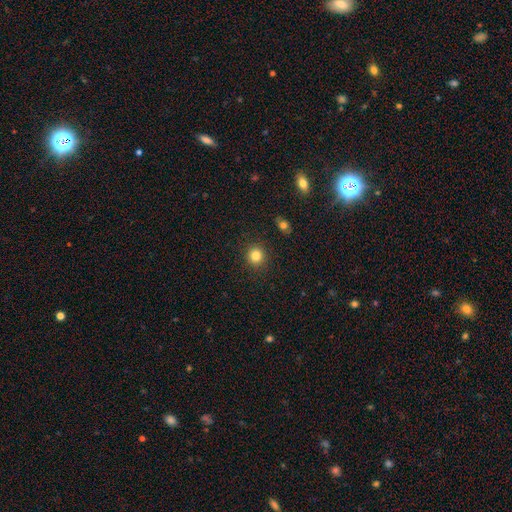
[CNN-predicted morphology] Smooth or featured: smooth — 84% (star or artifact — 11%)
How rounded: round — 89% (in between — 10%)
Merging: none — 90% (minor disturbance — 6%)